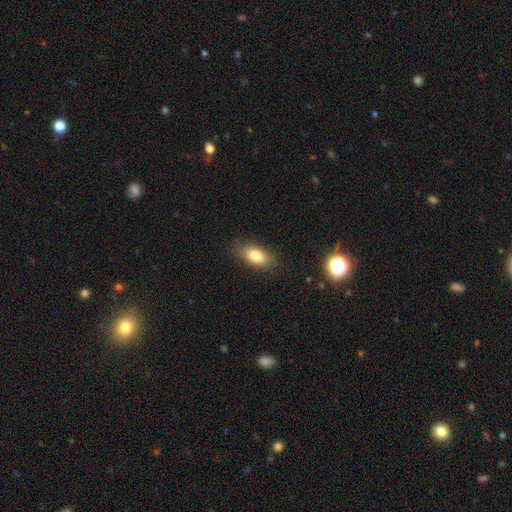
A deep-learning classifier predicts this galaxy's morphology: A smooth galaxy with no disk features (81%) that is in between round and cigar-shaped (87%).

Vote fractions:
- Smooth or featured? smooth: 81% / featured or disk: 11% / star or artifact: 8%
- How rounded? in between: 87% / cigar-shaped: 8% / round: 5%
- Merging? none: 83% / minor disturbance: 12% / major disturbance: 3% / merger: 1%